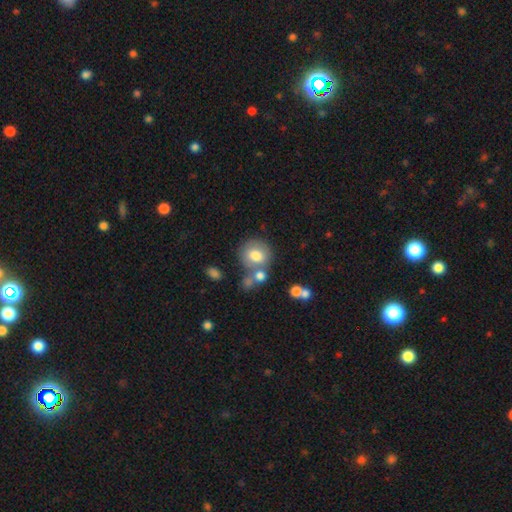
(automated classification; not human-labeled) Q: Smooth or featured?
A: smooth (73%); runner-up: featured or disk (18%)
Q: How rounded?
A: round (75%); runner-up: in between (24%)
Q: Merging?
A: none (54%); runner-up: merger (26%)